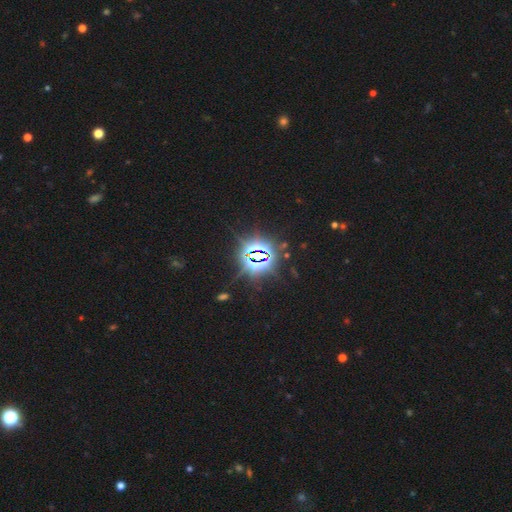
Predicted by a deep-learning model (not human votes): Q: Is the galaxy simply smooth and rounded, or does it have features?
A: star or artifact — 83%.